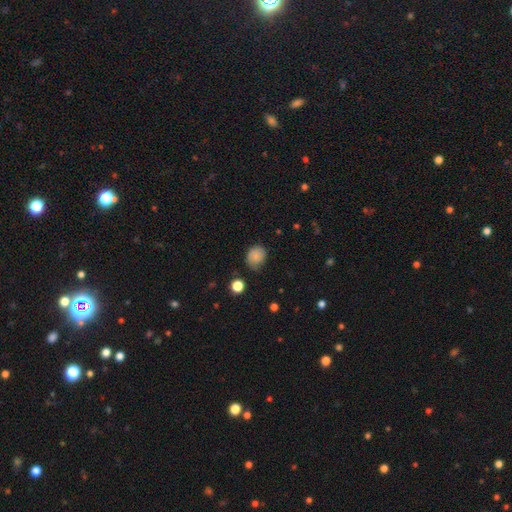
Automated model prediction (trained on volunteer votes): smooth_or_featured: smooth (p=0.80) [alt: featured or disk p=0.11]
how_rounded: round (p=0.66) [alt: in between p=0.34]
merging: none (p=0.67) [alt: minor disturbance p=0.26]